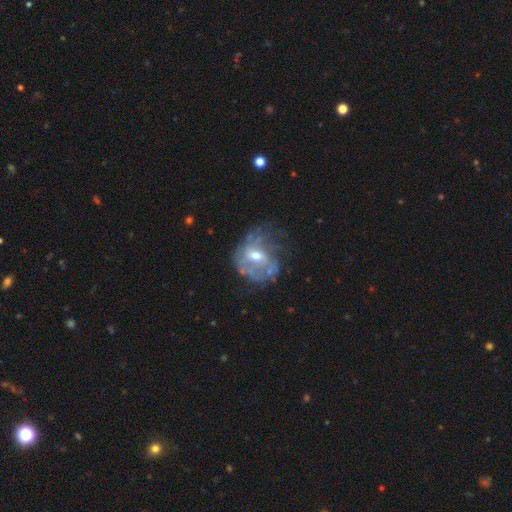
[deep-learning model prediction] This is likely a featured or disk galaxy (68%). It is clearly not viewed edge-on (97%). Bar: marginally no (44%, tied with weak). Spiral arm pattern: possibly yes (54%). Central bulge: possibly moderate (56%). Merging: marginally none (44%).